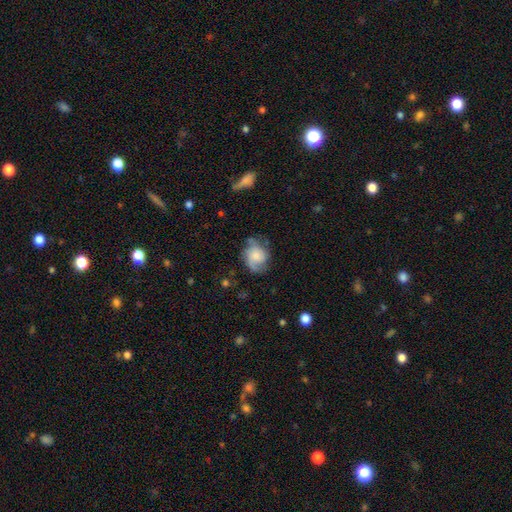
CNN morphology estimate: featured or disk 52%, smooth 40%, star or artifact 8%. Down the decision tree: edge-on disk — no (97%); bar — no (75%); spiral arms — yes (85%); bulge size — small (38%); merging — none (55%).